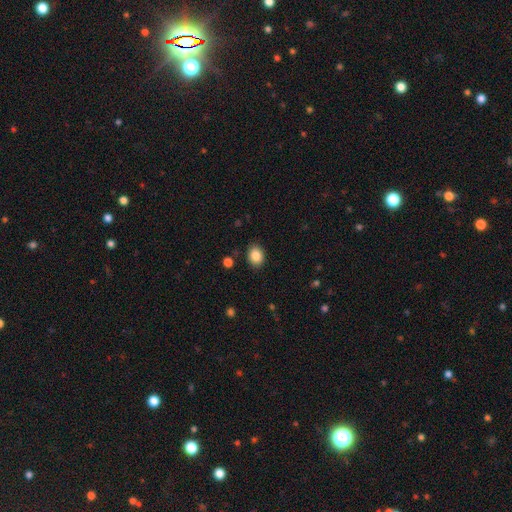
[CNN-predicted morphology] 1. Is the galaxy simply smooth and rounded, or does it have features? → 87% smooth, 9% star or artifact, 4% featured or disk.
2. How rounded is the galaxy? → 56% in between, 43% round, 1% cigar-shaped.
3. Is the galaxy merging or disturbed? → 86% none, 9% minor disturbance, 3% major disturbance, 2% merger.